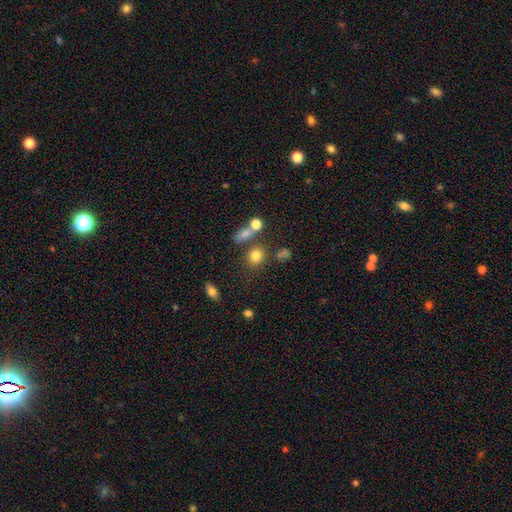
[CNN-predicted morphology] smooth 78%, star or artifact 14%, featured or disk 9%. Down the decision tree: how rounded — round (68%); merging — none (66%).